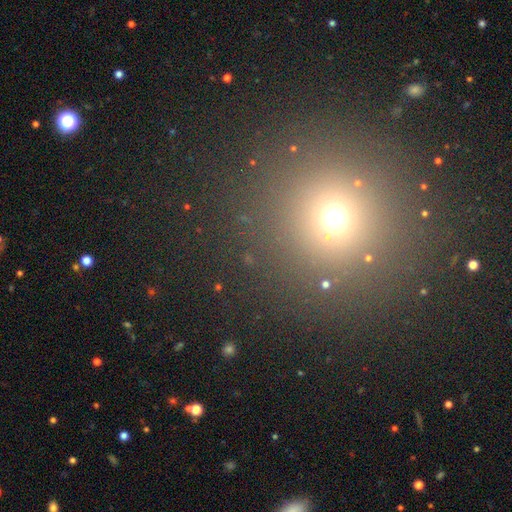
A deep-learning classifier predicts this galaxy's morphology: smooth-or-featured: smooth: 53% | star or artifact: 39% | featured or disk: 8%
  how-rounded: round: 93% | in between: 5% | cigar-shaped: 1%
  merging: none: 87% | minor disturbance: 6% | major disturbance: 4% | merger: 3%